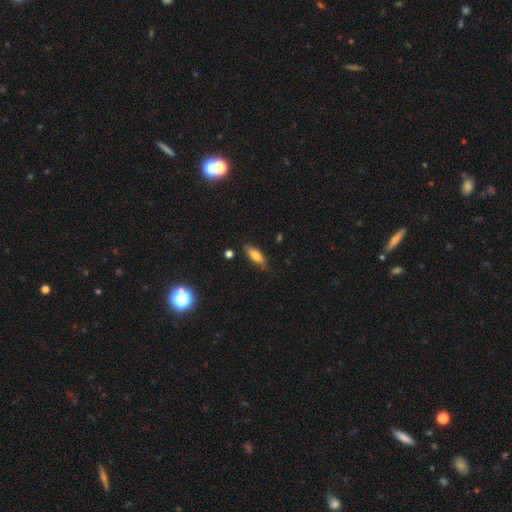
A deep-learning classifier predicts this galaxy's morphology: A smooth galaxy with no disk features (74%) that is in between round and cigar-shaped (62%).

Vote fractions:
- Smooth or featured? smooth: 74% / featured or disk: 18% / star or artifact: 8%
- How rounded? in between: 62% / cigar-shaped: 35% / round: 2%
- Merging? none: 79% / minor disturbance: 16% / major disturbance: 3% / merger: 2%